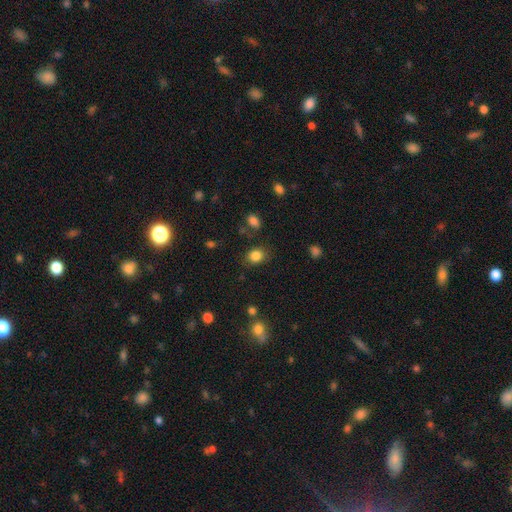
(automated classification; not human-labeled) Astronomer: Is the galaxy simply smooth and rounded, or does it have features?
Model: smooth — 85%.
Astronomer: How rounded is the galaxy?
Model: round — 56% (runner-up: in between, 43%).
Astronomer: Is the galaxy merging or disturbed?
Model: none — 80%.